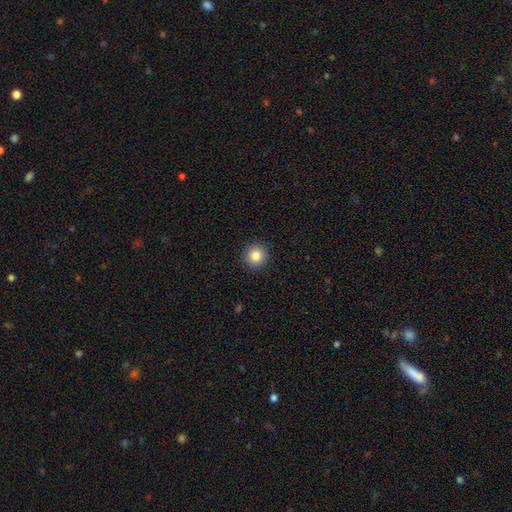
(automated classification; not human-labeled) Q: Smooth or featured?
A: smooth (83%); runner-up: star or artifact (10%)
Q: How rounded?
A: round (95%); runner-up: in between (4%)
Q: Merging?
A: none (92%); runner-up: minor disturbance (5%)